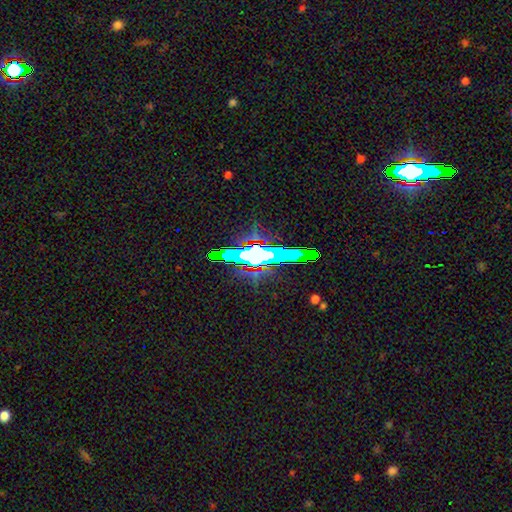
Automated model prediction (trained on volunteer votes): Smooth or featured? Predicted: star or artifact (p=0.53).